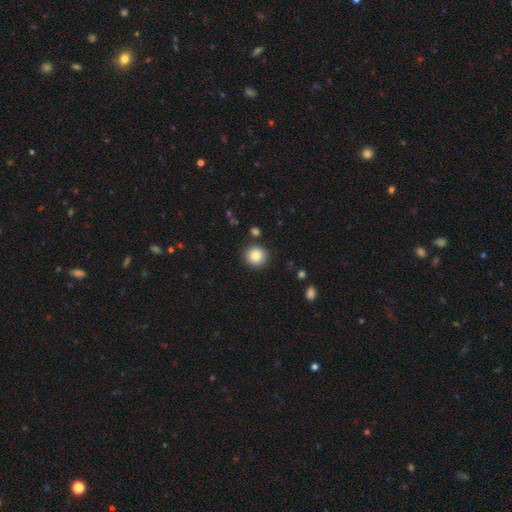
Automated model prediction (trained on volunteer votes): Smooth or featured? smooth (86%)
How rounded? round (93%)
Merging? none (88%)